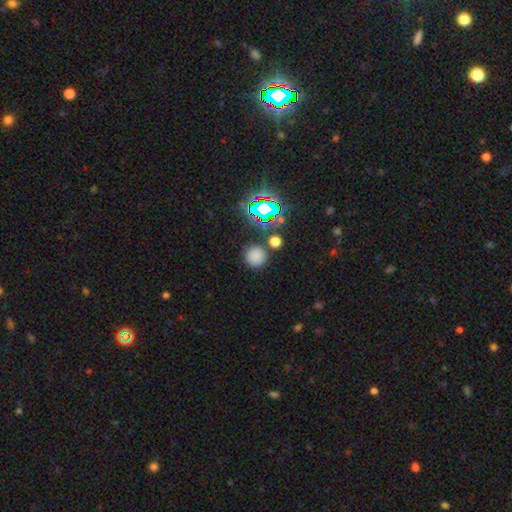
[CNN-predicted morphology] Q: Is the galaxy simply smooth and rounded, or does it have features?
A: smooth — 73%.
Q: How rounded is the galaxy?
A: round — 94%.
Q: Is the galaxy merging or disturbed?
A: none — 83%.